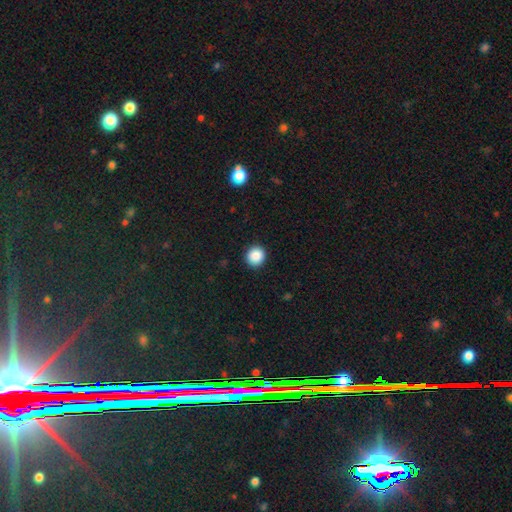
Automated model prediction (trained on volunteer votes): Smooth or featured?
  - smooth: 88% *
  - star or artifact: 9%
  - featured or disk: 3%
How rounded?
  - round: 90% *
  - in between: 9%
  - cigar-shaped: 1%
Merging?
  - none: 92% *
  - minor disturbance: 5%
  - major disturbance: 2%
  - merger: 1%